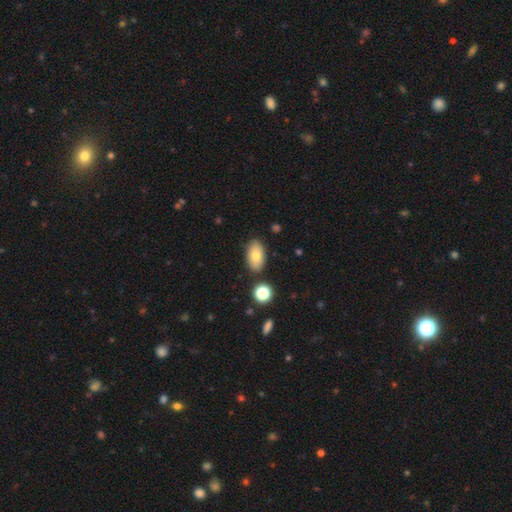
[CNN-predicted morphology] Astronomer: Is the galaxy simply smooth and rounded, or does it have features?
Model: smooth — 79%.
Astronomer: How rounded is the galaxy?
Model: in between — 93%.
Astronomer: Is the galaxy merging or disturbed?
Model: none — 84%.